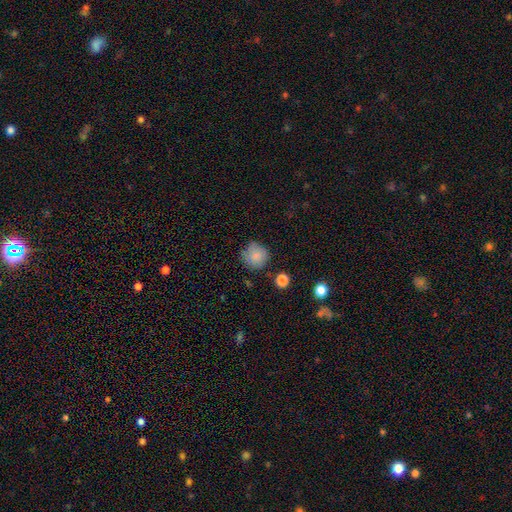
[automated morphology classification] A smooth galaxy with no disk features (82%) that is round (90%). Merging: none (72%).